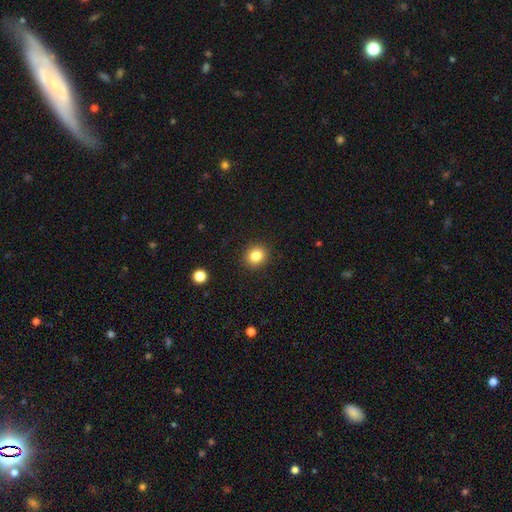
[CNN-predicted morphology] The model was most divided on "how rounded": round: 82%, in between: 17%, cigar-shaped: 1%. More confident: merging — none (91%); smooth or featured — smooth (83%).